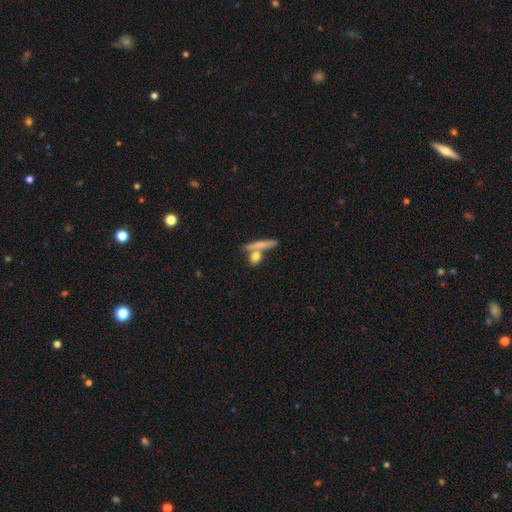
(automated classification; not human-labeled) This is likely a smooth galaxy (72%). How rounded: marginally cigar-shaped (40%). Merging: possibly none (59%).